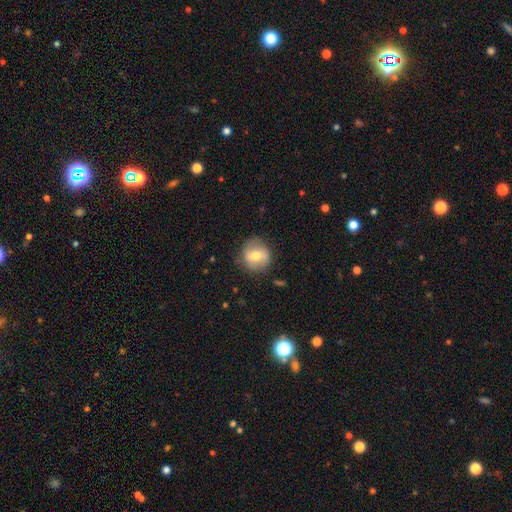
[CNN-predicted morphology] Smooth or featured? Predicted: smooth (p=0.56). How rounded? Predicted: round (p=0.89). Merging? Predicted: none (p=0.82).